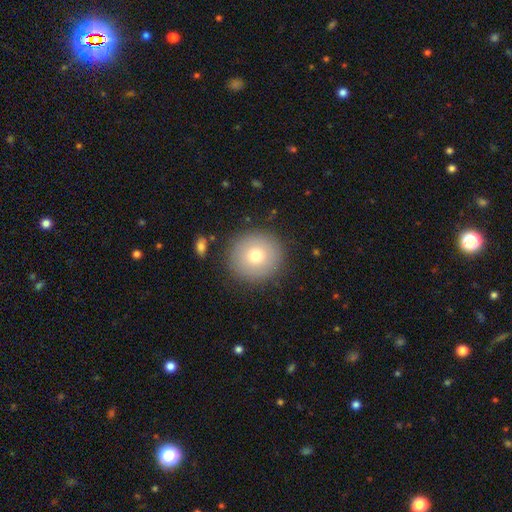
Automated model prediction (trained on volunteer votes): This is likely a smooth galaxy (74%). How rounded: clearly round (93%). Merging: clearly none (87%).